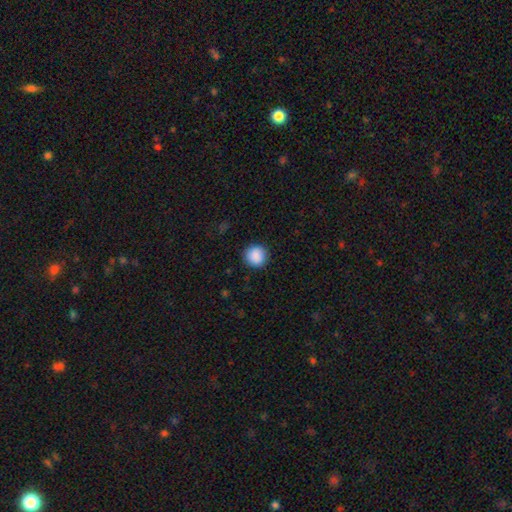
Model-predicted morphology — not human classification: The model was most divided on "smooth or featured": smooth: 89%, star or artifact: 8%, featured or disk: 3%. More confident: how rounded — round (93%); merging — none (90%).